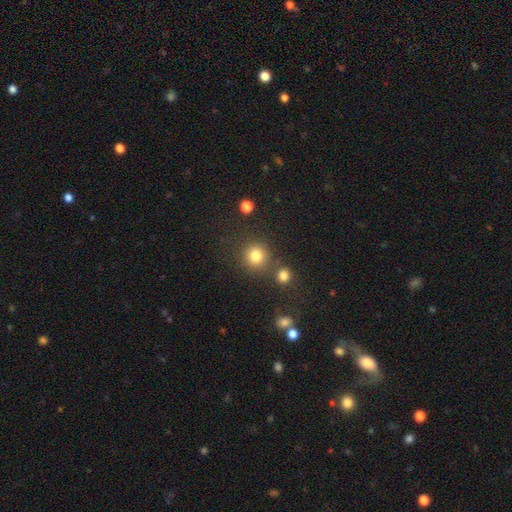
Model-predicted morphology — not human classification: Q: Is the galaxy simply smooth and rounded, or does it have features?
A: smooth — 82%.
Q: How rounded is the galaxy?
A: round — 91%.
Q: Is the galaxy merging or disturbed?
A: none — 77%.